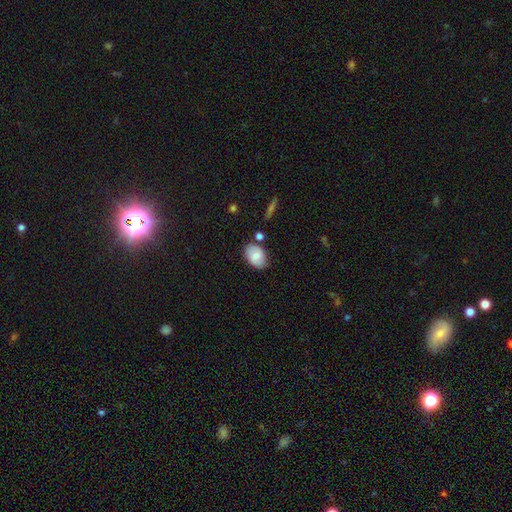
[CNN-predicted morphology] This is likely a smooth galaxy (71%). How rounded: clearly in between (84%). Merging: likely none (72%).